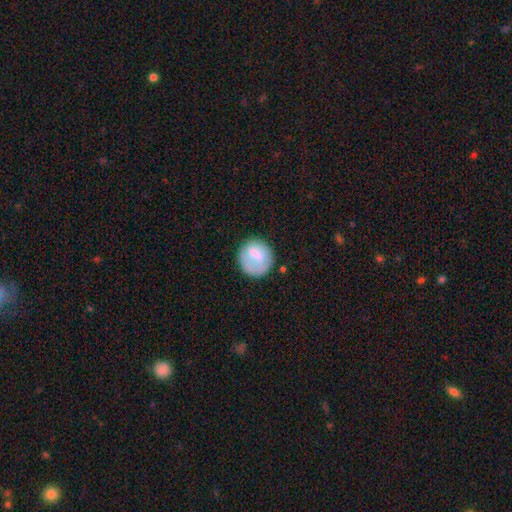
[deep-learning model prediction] Overall: smooth (70%). How rounded: round (85%). Merging: none (68%).